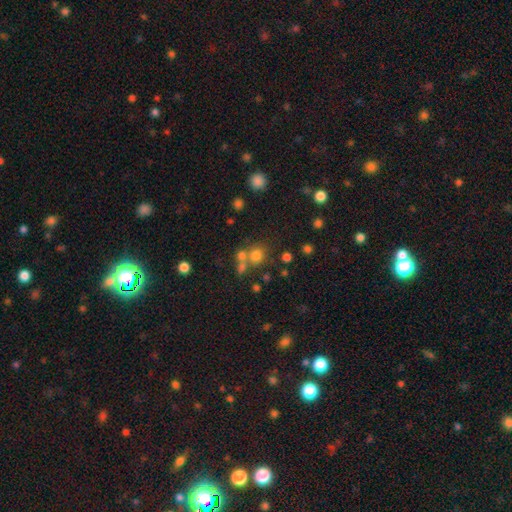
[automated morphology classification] This is likely a smooth galaxy (70%). How rounded: clearly round (86%). Merging: possibly none (55%).